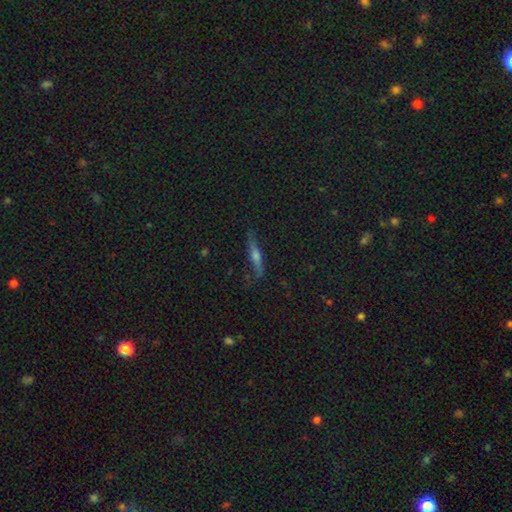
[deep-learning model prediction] This is likely a featured or disk galaxy (65%). It is clearly viewed edge-on (93%). Edge-on bulge: clearly rounded (83%). Merging: clearly none (81%).